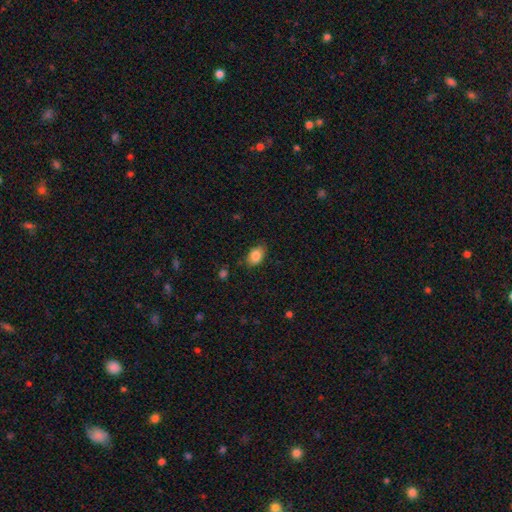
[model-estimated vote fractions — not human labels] This appears to be a smooth galaxy with no disk features (85%) that is in between round and cigar-shaped (84%). Merging: none (79%).